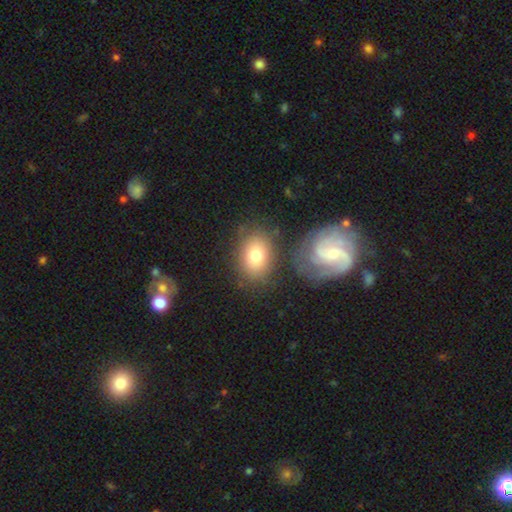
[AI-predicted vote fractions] This appears to be a smooth galaxy with no disk features (74%) that is in between round and cigar-shaped (71%). Merging: none (72%).